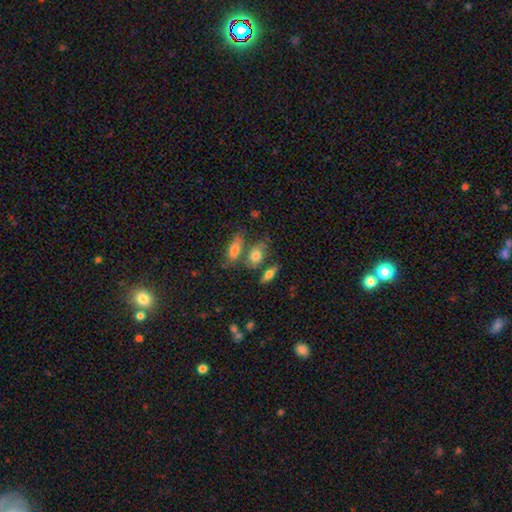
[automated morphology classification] Smooth or featured? smooth (74%)
How rounded? in between (76%)
Merging? none (51%)